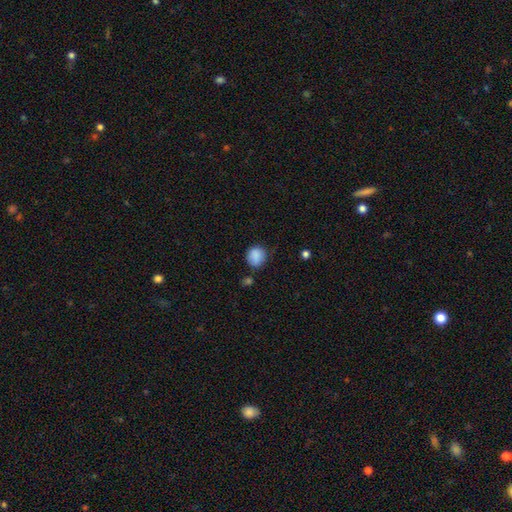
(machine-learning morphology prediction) The model was most divided on "merging": none: 68%, minor disturbance: 23%, major disturbance: 5%, merger: 4%. More confident: smooth or featured — smooth (87%); how rounded — round (80%).